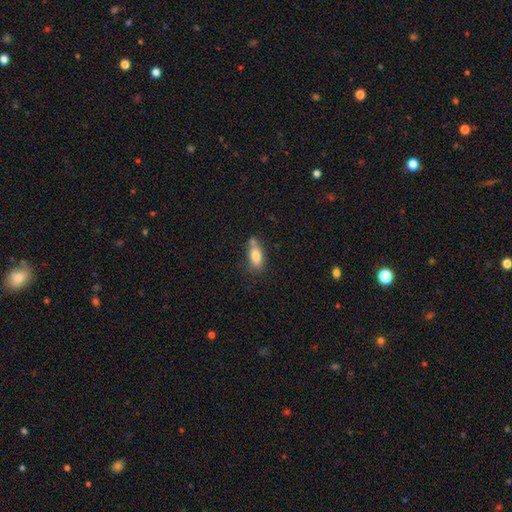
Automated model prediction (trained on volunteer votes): A smooth galaxy with no disk features (79%) that is in between round and cigar-shaped (83%).

Vote fractions:
- Smooth or featured? smooth: 79% / featured or disk: 12% / star or artifact: 8%
- How rounded? in between: 83% / cigar-shaped: 11% / round: 6%
- Merging? none: 51% / minor disturbance: 22% / merger: 21% / major disturbance: 6%